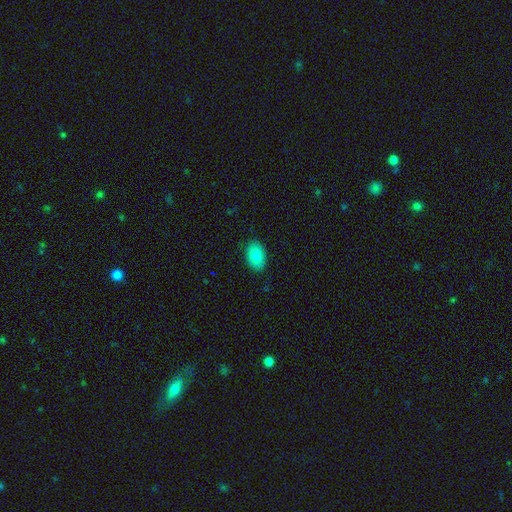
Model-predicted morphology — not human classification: Overall: smooth (85%). How rounded: in between (89%). Merging: none (88%).